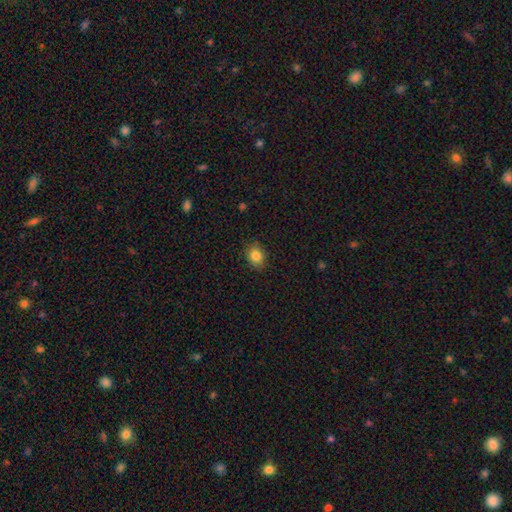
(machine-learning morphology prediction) smooth_or_featured: smooth (p=0.84) [alt: star or artifact p=0.10]
how_rounded: round (p=0.53) [alt: in between p=0.46]
merging: none (p=0.84) [alt: minor disturbance p=0.12]